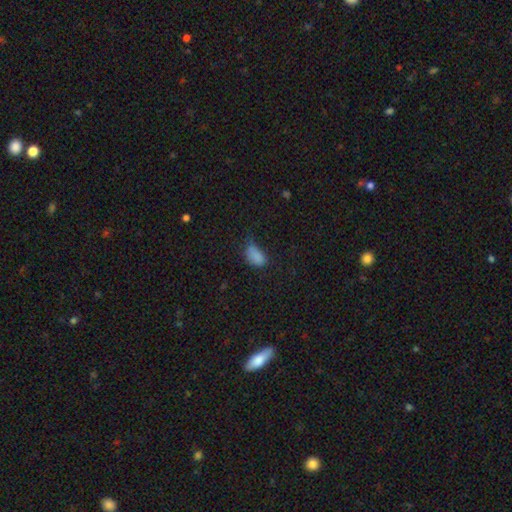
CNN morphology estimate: smooth 82%, star or artifact 12%, featured or disk 7%. Down the decision tree: how rounded — in between (90%); merging — minor disturbance (38%).